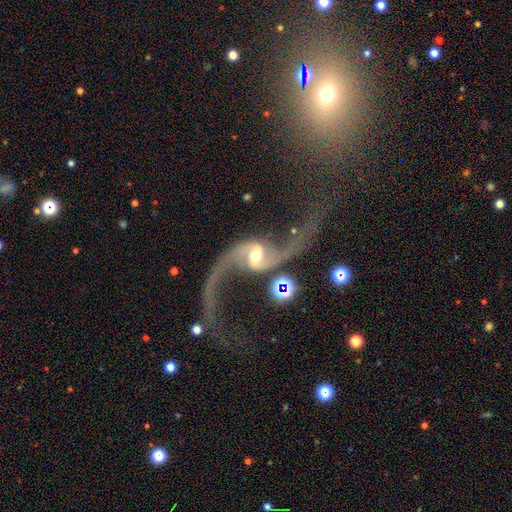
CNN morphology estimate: type=featured or disk (90%); edge-on=no (96%); bar=weak (46%); spiral arms=yes (96%); winding=loose (92%); arm count=2 (94%); bulge=moderate (66%); merging=none (52%).